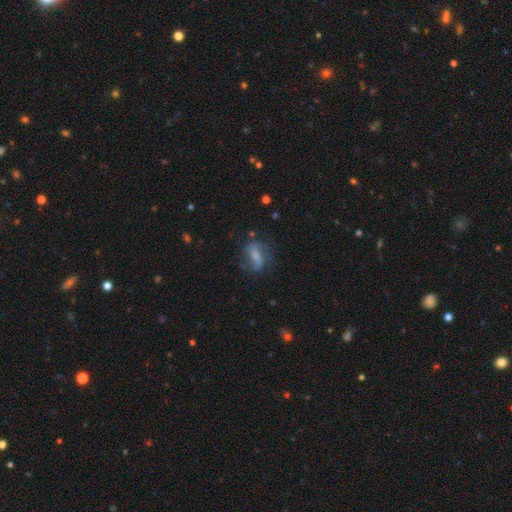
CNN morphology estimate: featured or disk 47%, smooth 43%, star or artifact 10%. Down the decision tree: merging — none (54%).